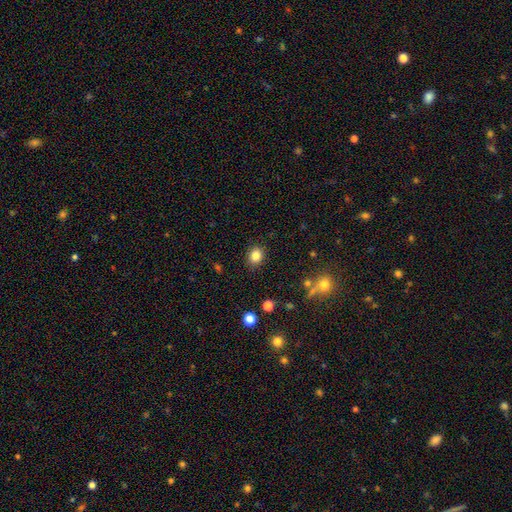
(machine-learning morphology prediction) This is clearly a smooth galaxy (83%). How rounded: likely round (62%). Merging: clearly none (88%).